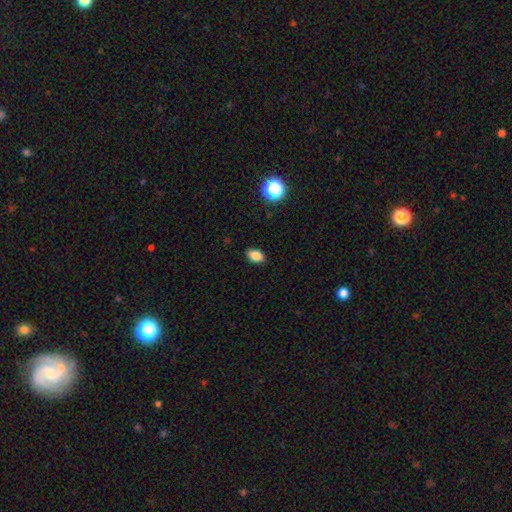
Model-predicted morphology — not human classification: Smooth or featured? Predicted: smooth (p=0.85). How rounded? Predicted: in between (p=0.85). Merging? Predicted: none (p=0.88).